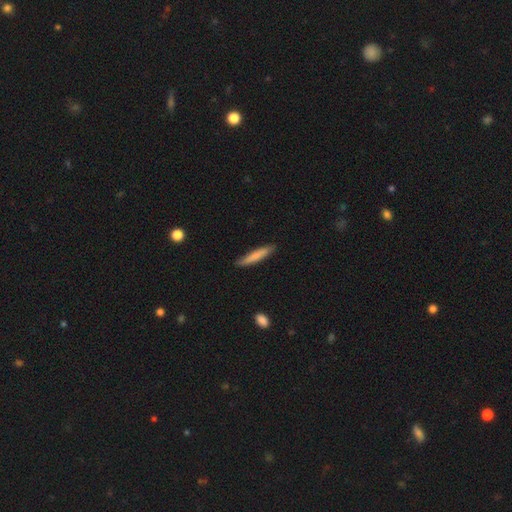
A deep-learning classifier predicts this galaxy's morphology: smooth_or_featured: smooth (p=0.76) [alt: featured or disk p=0.19]
how_rounded: cigar-shaped (p=0.92) [alt: in between p=0.07]
merging: none (p=0.84) [alt: minor disturbance p=0.13]